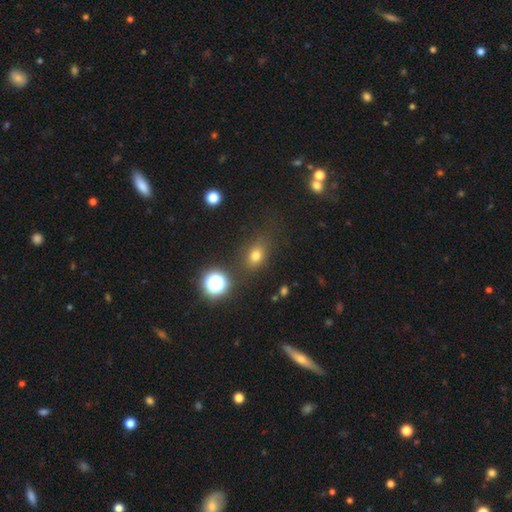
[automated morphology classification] Smooth or featured?
  - smooth: 72% *
  - star or artifact: 19%
  - featured or disk: 9%
How rounded?
  - in between: 57% *
  - round: 41%
  - cigar-shaped: 2%
Merging?
  - none: 78% *
  - minor disturbance: 13%
  - major disturbance: 5%
  - merger: 3%